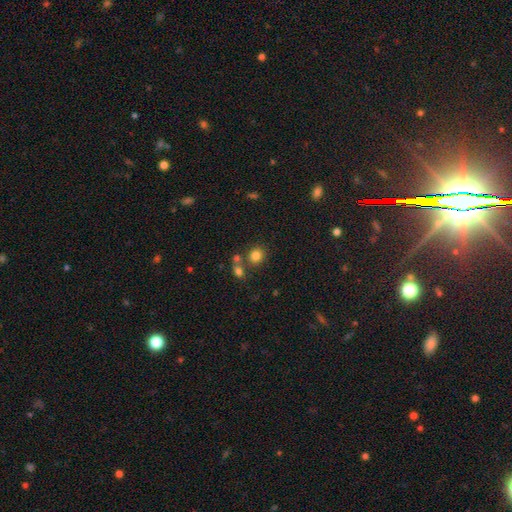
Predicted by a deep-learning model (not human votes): smooth_or_featured: smooth (p=0.80) [alt: star or artifact p=0.13]
how_rounded: round (p=0.81) [alt: in between p=0.18]
merging: none (p=0.68) [alt: merger p=0.20]